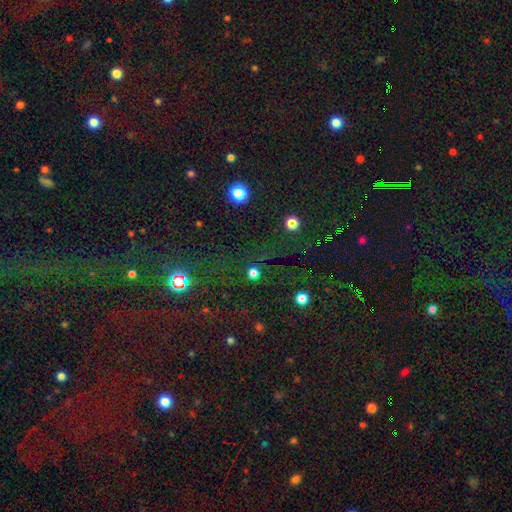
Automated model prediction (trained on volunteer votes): Smooth or featured? Predicted: star or artifact (p=0.75).